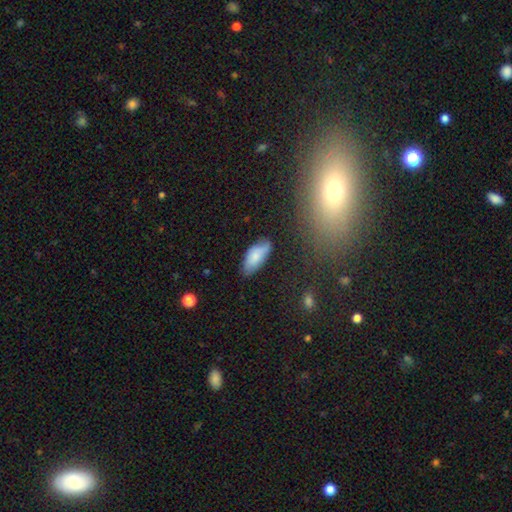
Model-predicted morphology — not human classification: Q: Smooth or featured?
A: smooth (78%); runner-up: featured or disk (15%)
Q: How rounded?
A: in between (86%); runner-up: cigar-shaped (12%)
Q: Merging?
A: none (69%); runner-up: minor disturbance (24%)